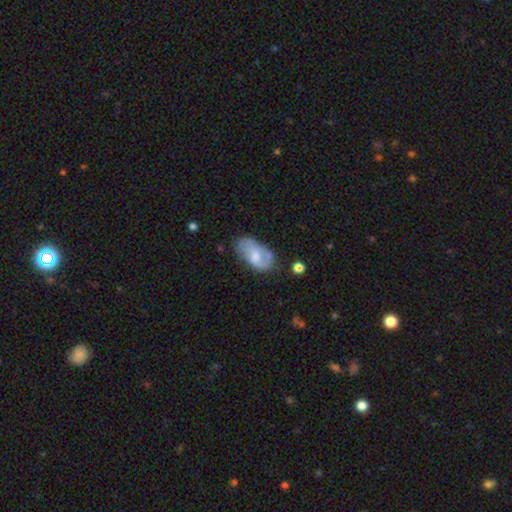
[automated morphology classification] This is possibly a smooth galaxy (47%). Merging: possibly none (53%).